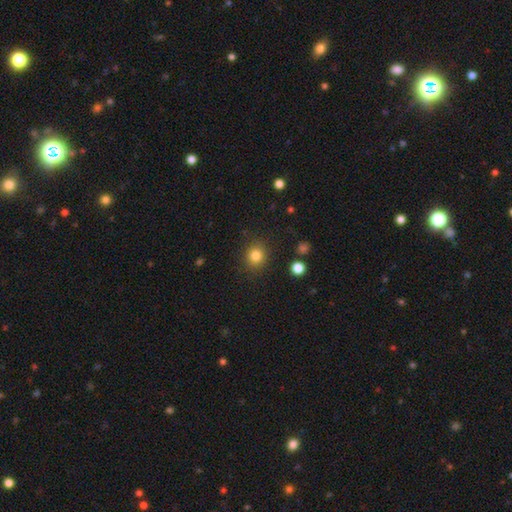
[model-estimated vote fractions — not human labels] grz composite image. It shows a smooth galaxy with no disk features (83%) that is round (82%). Merging: none (87%).